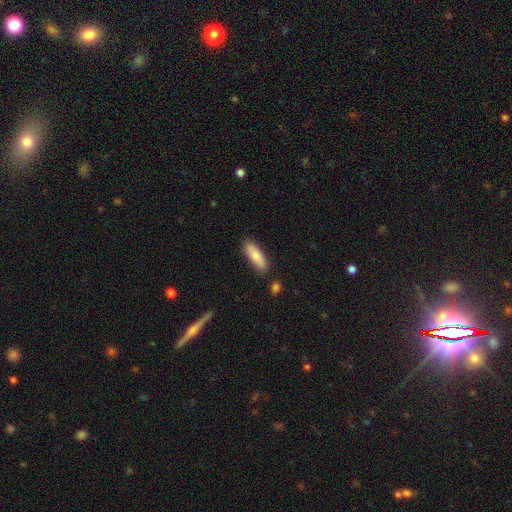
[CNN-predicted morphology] A smooth galaxy with no disk features (77%) that is in between round and cigar-shaped (51%).

Vote fractions:
- Smooth or featured? smooth: 77% / featured or disk: 17% / star or artifact: 6%
- How rounded? in between: 51% / cigar-shaped: 47% / round: 2%
- Merging? none: 83% / minor disturbance: 12% / merger: 3% / major disturbance: 2%